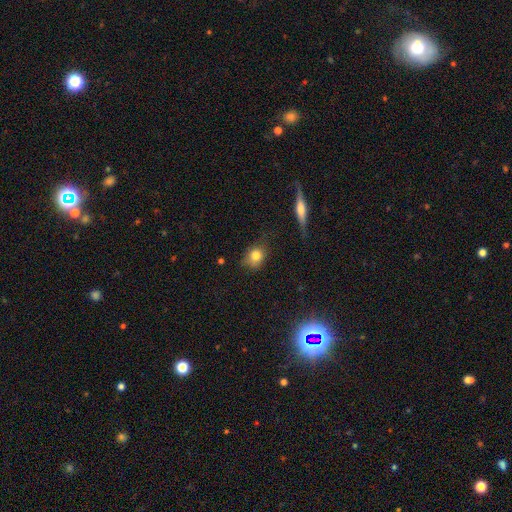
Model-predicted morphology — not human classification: type=smooth (80%); roundness=round (58%); merging=none (61%).